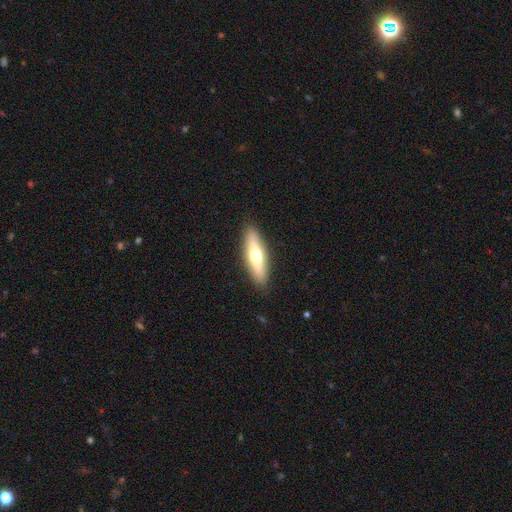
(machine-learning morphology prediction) A smooth galaxy with no disk features (52%) that is cigar-shaped (60%). Merging: none (89%).